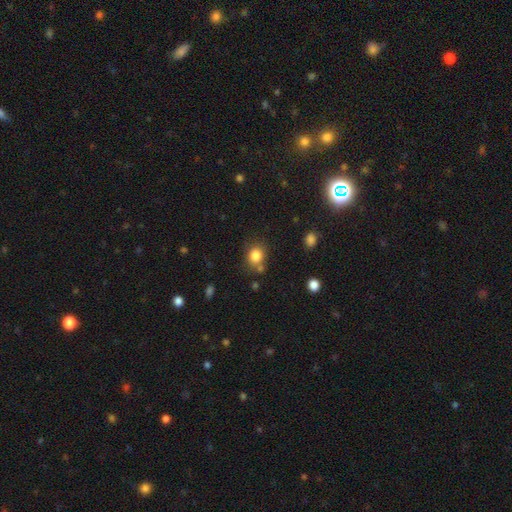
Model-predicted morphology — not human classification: smooth-or-featured: smooth: 83% | star or artifact: 11% | featured or disk: 6%
  how-rounded: round: 70% | in between: 29% | cigar-shaped: 1%
  merging: none: 68% | minor disturbance: 15% | merger: 12% | major disturbance: 5%